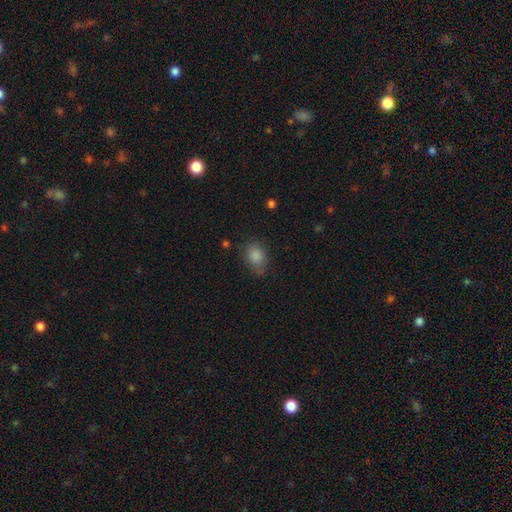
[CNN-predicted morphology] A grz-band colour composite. It shows a smooth galaxy with no disk features (85%) that is in between round and cigar-shaped (64%). Merging: none (67%).